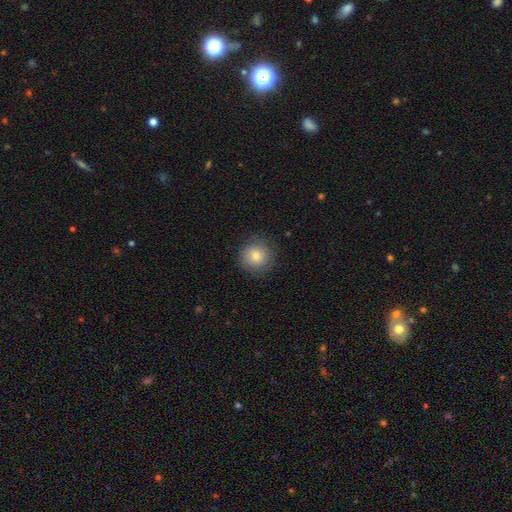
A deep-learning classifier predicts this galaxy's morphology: A smooth galaxy with no disk features (78%) that is round (92%). Merging: none (86%).